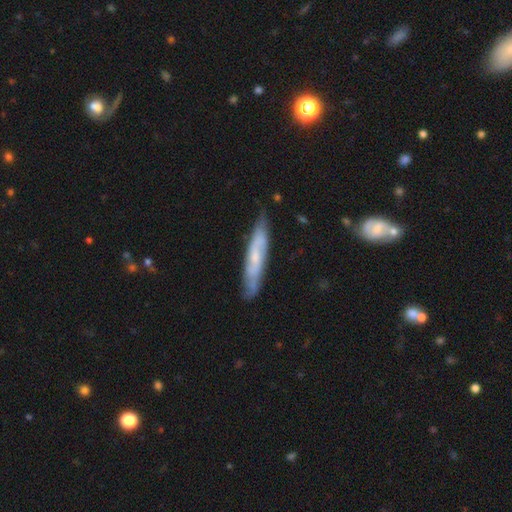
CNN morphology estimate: Smooth or featured? Predicted: featured or disk (p=0.60). Edge-on disk? Predicted: yes (p=0.52). Merging? Predicted: none (p=0.75).